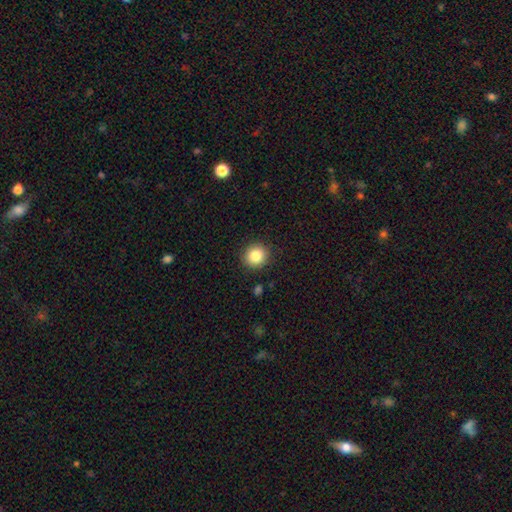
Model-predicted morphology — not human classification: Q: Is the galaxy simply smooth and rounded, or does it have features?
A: smooth — 85%.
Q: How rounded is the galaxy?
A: round — 90%.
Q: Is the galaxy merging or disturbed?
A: none — 90%.